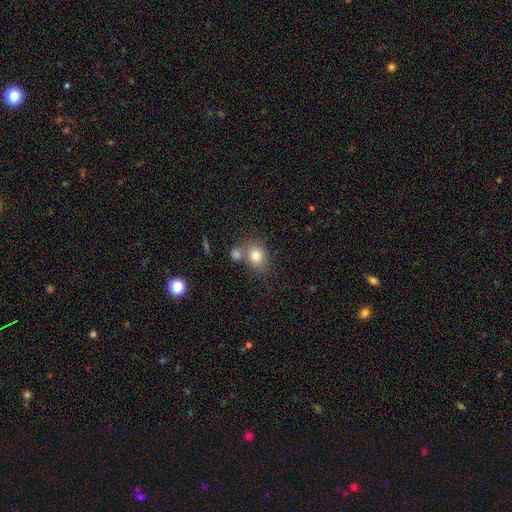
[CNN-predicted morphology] type=smooth (80%); roundness=round (53%); merging=none (57%).